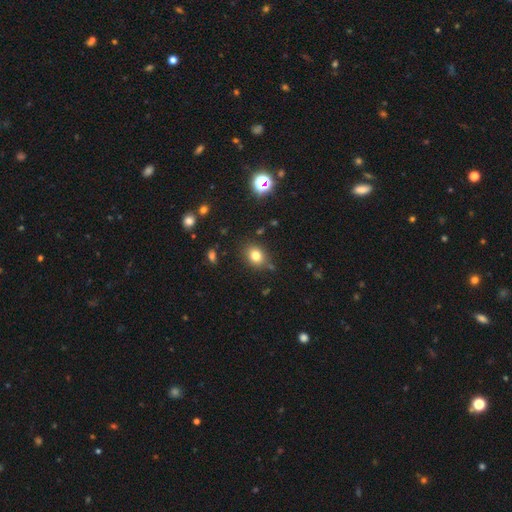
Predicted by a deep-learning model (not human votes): smooth-or-featured: smooth: 78% | star or artifact: 14% | featured or disk: 8%
  how-rounded: round: 56% | in between: 43% | cigar-shaped: 1%
  merging: none: 80% | minor disturbance: 13% | merger: 4% | major disturbance: 3%